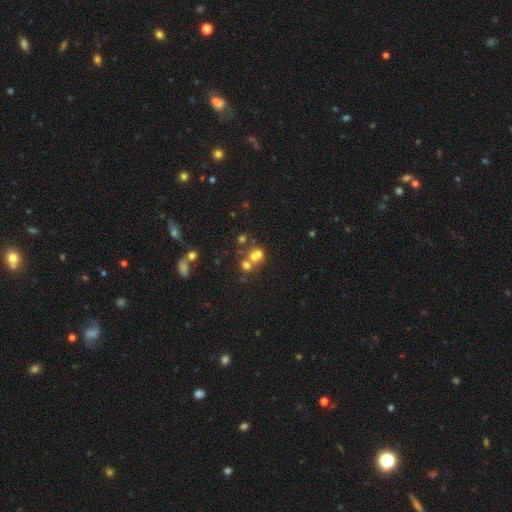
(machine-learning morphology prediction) Smooth or featured? smooth (58%)
How rounded? round (76%)
Merging? merger (54%)